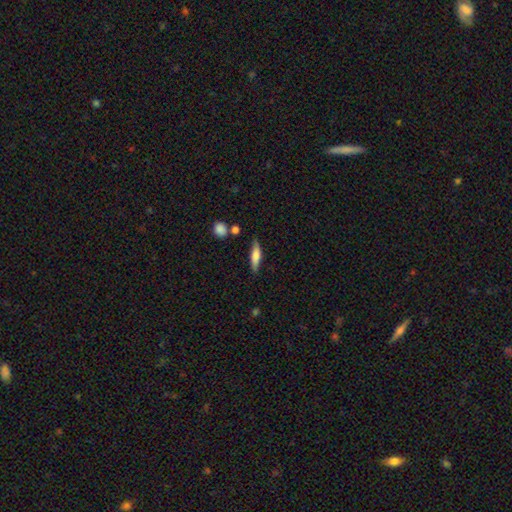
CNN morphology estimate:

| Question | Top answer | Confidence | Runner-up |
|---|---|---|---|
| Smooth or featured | smooth | 67% | featured or disk (26%) |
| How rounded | cigar-shaped | 65% | in between (32%) |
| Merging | none | 79% | minor disturbance (14%) |